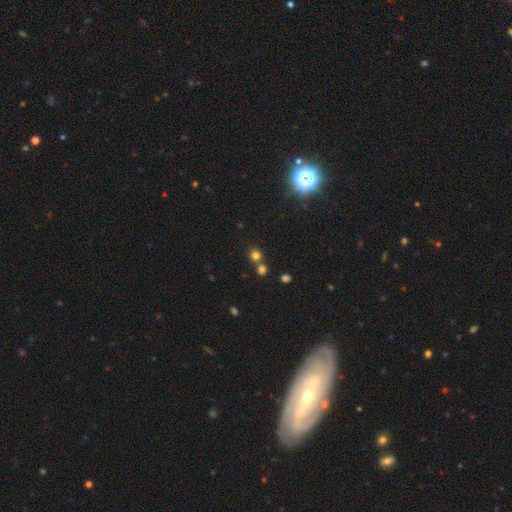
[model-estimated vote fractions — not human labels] Q: Smooth or featured?
A: smooth (72%); runner-up: star or artifact (21%)
Q: How rounded?
A: round (90%); runner-up: in between (9%)
Q: Merging?
A: none (64%); runner-up: merger (27%)